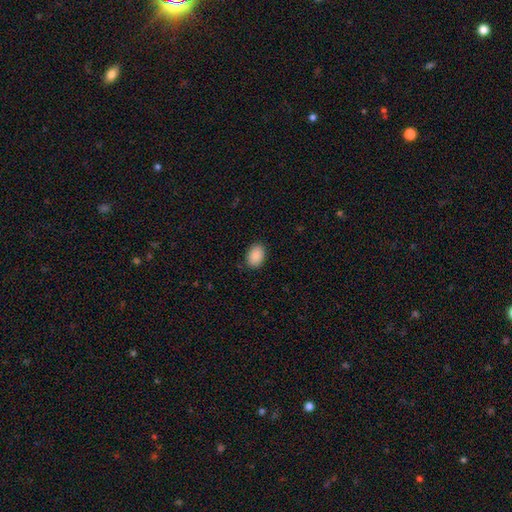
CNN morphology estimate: Smooth or featured? smooth (90%)
How rounded? in between (82%)
Merging? none (88%)